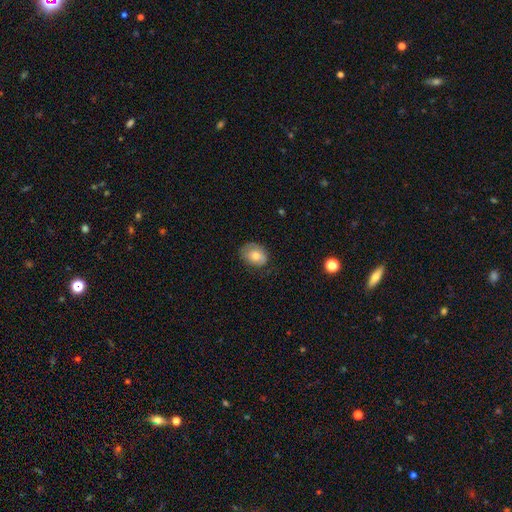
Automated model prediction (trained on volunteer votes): A smooth galaxy with no disk features (71%) that is in between round and cigar-shaped (61%).

Vote fractions:
- Smooth or featured? smooth: 71% / featured or disk: 21% / star or artifact: 8%
- How rounded? in between: 61% / round: 38% / cigar-shaped: 1%
- Merging? none: 66% / minor disturbance: 25% / major disturbance: 7% / merger: 1%